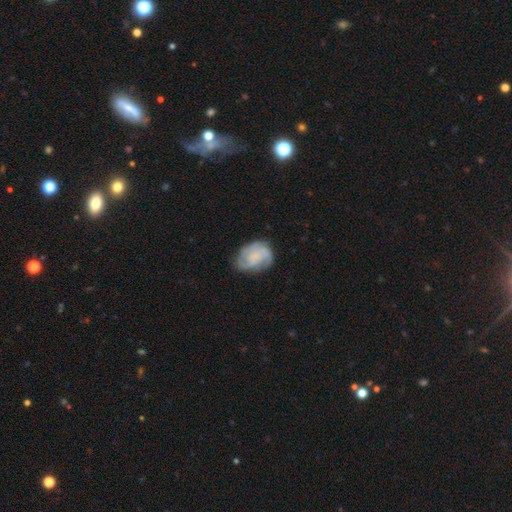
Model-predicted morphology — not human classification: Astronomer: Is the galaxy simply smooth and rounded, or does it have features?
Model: featured or disk — 64%.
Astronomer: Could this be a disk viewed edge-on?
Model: no — 98%.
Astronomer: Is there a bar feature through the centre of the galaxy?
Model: no — 68%.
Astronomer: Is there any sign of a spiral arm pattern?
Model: yes — 91%.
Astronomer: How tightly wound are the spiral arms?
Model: medium — 42% (runner-up: tight, 41%).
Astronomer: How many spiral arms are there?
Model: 3 — 34% (runner-up: 2, 29%).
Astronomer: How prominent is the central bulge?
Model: none — 53%.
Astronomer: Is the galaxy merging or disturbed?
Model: none — 67%.